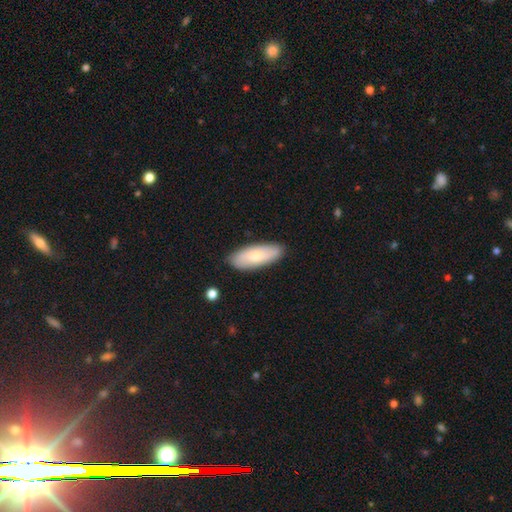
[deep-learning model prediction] This appears to be a smooth galaxy with no disk features (72%) that is in between round and cigar-shaped (75%). Merging: none (87%).